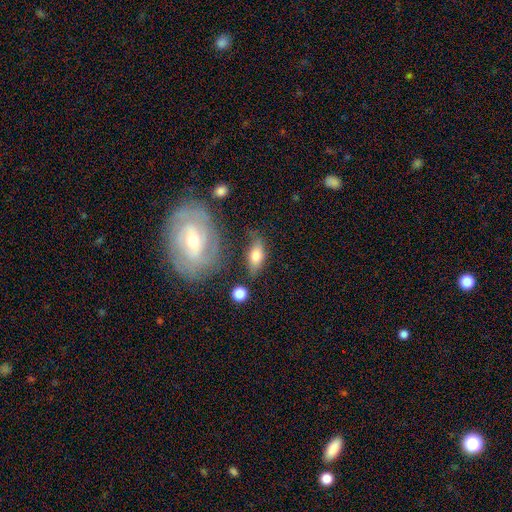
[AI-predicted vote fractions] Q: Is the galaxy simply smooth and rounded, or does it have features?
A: smooth — 69%.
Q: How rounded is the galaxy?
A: in between — 84%.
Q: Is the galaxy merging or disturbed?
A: none — 63%.